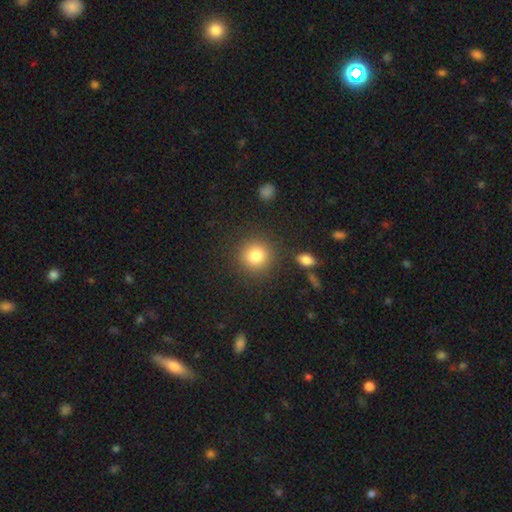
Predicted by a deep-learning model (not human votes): smooth 83%, star or artifact 10%, featured or disk 6%. Down the decision tree: how rounded — round (90%); merging — none (86%).